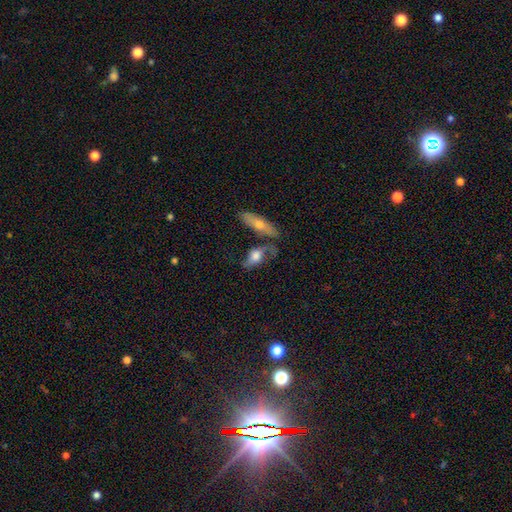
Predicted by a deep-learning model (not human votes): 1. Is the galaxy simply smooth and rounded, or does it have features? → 50% featured or disk, 43% smooth, 8% star or artifact.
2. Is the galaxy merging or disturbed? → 44% none, 25% merger, 19% minor disturbance, 12% major disturbance.